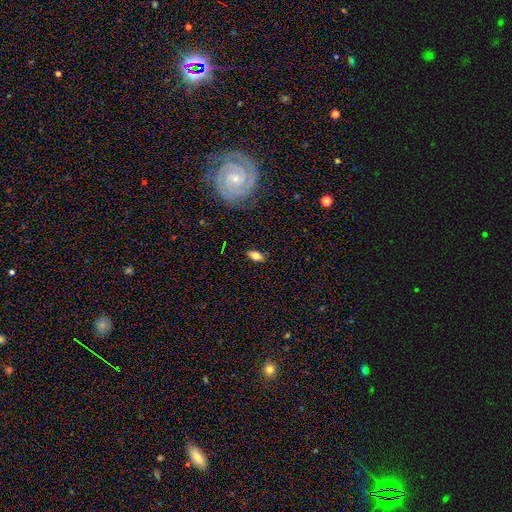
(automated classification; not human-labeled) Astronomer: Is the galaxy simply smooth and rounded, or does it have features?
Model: smooth — 70%.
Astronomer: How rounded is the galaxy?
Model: in between — 85%.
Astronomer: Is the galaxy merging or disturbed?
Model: none — 85%.